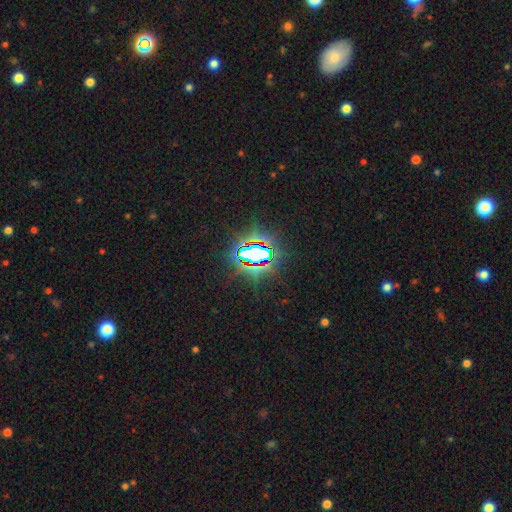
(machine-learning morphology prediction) Smooth or featured?
  - star or artifact: 74% *
  - smooth: 16%
  - featured or disk: 10%